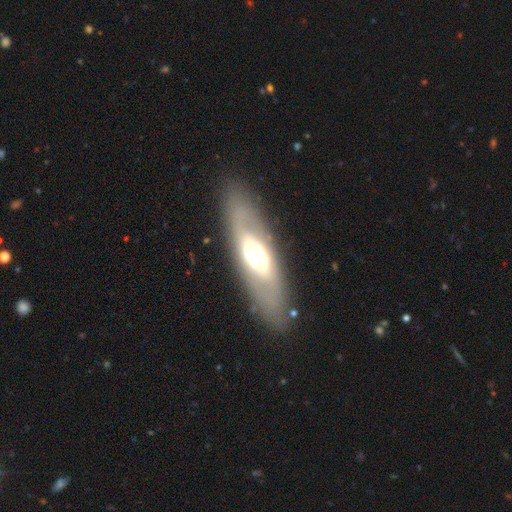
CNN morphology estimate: This is possibly a featured or disk galaxy (59%). It is likely not viewed edge-on (71%). Merging: clearly none (85%).